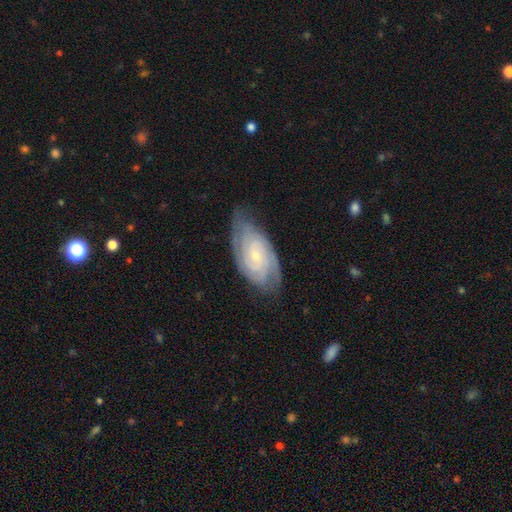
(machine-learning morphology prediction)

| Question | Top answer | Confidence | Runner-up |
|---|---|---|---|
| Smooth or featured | featured or disk | 82% | smooth (13%) |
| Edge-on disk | no | 95% | yes (5%) |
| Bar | no | 71% | weak (24%) |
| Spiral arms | yes | 96% | no (4%) |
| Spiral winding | tight | 69% | medium (26%) |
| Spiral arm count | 2 | 34% | can't tell (30%) |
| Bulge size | small | 75% | moderate (20%) |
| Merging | none | 72% | minor disturbance (21%) |